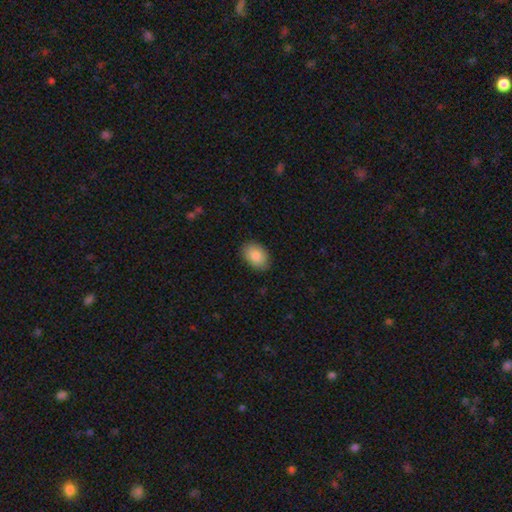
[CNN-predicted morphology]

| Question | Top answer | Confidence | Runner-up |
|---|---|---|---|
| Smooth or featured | smooth | 88% | star or artifact (7%) |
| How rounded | in between | 85% | round (14%) |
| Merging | none | 87% | minor disturbance (10%) |